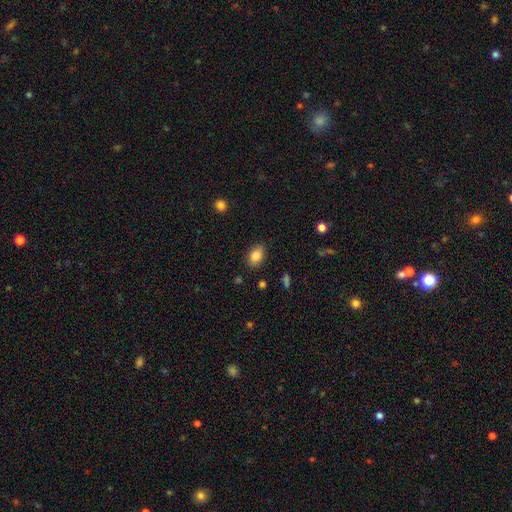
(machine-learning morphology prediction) Q: Smooth or featured?
A: smooth (85%); runner-up: star or artifact (8%)
Q: How rounded?
A: in between (85%); runner-up: round (14%)
Q: Merging?
A: none (84%); runner-up: minor disturbance (11%)